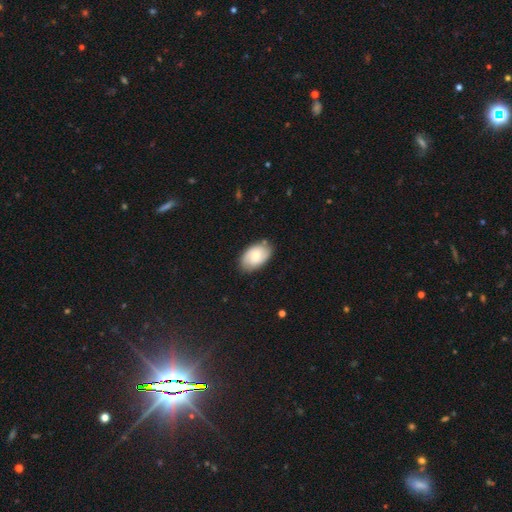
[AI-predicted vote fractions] A smooth galaxy with no disk features (59%) that is in between round and cigar-shaped (91%).

Vote fractions:
- Smooth or featured? smooth: 59% / featured or disk: 35% / star or artifact: 7%
- How rounded? in between: 91% / round: 7% / cigar-shaped: 1%
- Merging? none: 79% / minor disturbance: 16% / major disturbance: 3% / merger: 2%